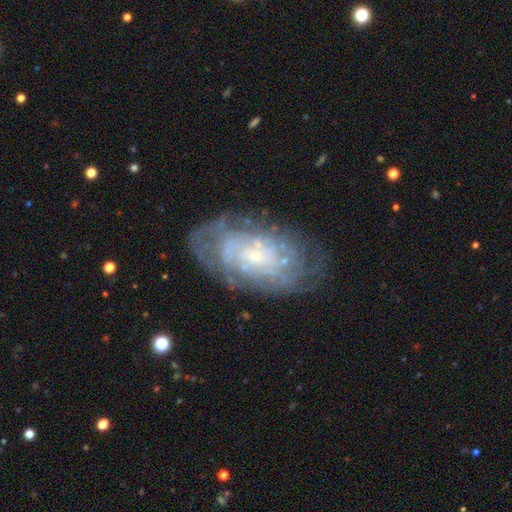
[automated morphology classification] Smooth or featured? featured or disk (80%)
Edge-on disk? no (95%)
Bar? no (75%)
Spiral arms? yes (87%)
Spiral winding? tight (71%)
Spiral arm count? can't tell (55%)
Bulge size? small (81%)
Merging? none (70%)